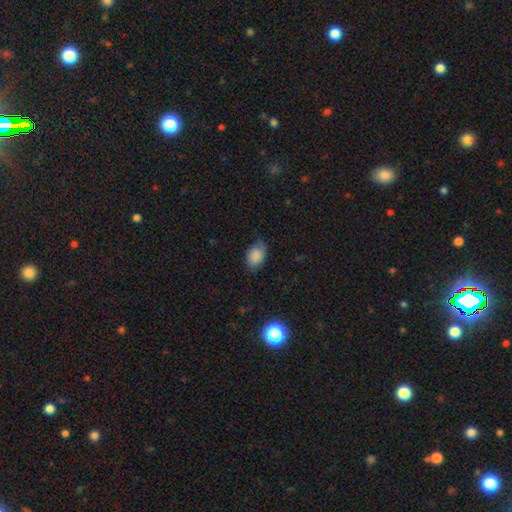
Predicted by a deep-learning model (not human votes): smooth-or-featured: smooth: 83% | star or artifact: 9% | featured or disk: 8%
  how-rounded: in between: 85% | round: 14% | cigar-shaped: 1%
  merging: none: 64% | minor disturbance: 28% | major disturbance: 7% | merger: 1%